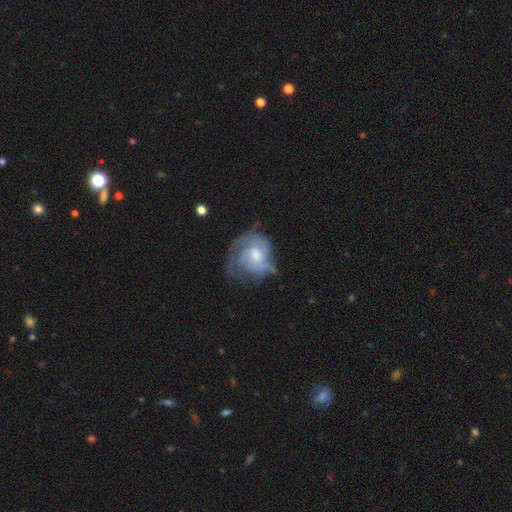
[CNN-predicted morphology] Smooth or featured: featured or disk — 58% (smooth — 34%)
Edge-on disk: no — 97% (yes — 3%)
Bar: no — 71% (weak — 26%)
Spiral arms: yes — 69% (no — 31%)
Bulge size: moderate — 54% (small — 28%)
Merging: none — 38% (major disturbance — 32%)